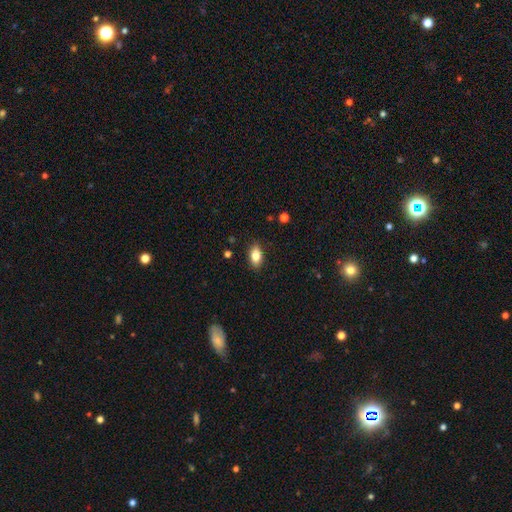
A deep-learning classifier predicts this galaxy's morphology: Smooth or featured? smooth (83%)
How rounded? in between (90%)
Merging? none (87%)